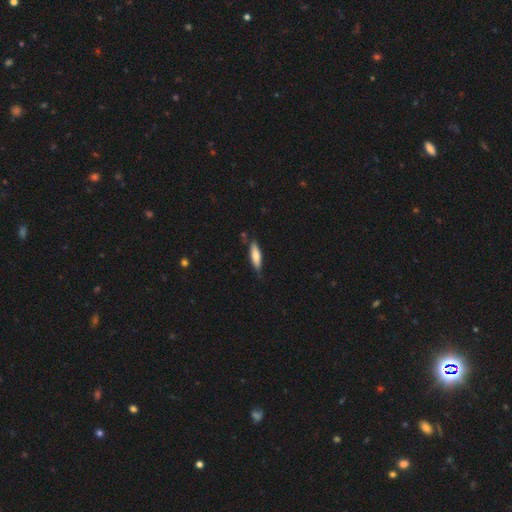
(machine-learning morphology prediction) Overall: smooth (74%). How rounded: cigar-shaped (66%; in between 33%). Merging: none (77%).